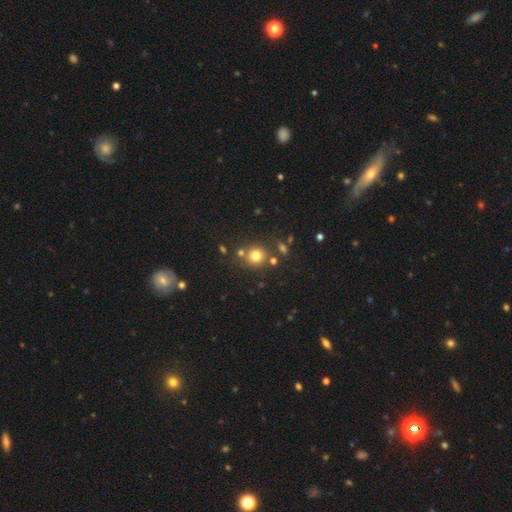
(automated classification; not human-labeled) This is likely a smooth galaxy (76%). How rounded: clearly round (89%). Merging: likely none (75%).